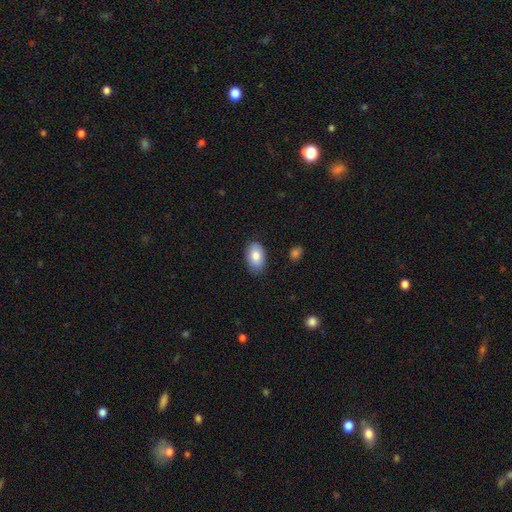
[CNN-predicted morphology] smooth 83%, featured or disk 11%, star or artifact 7%. Down the decision tree: how rounded — in between (91%); merging — none (82%).